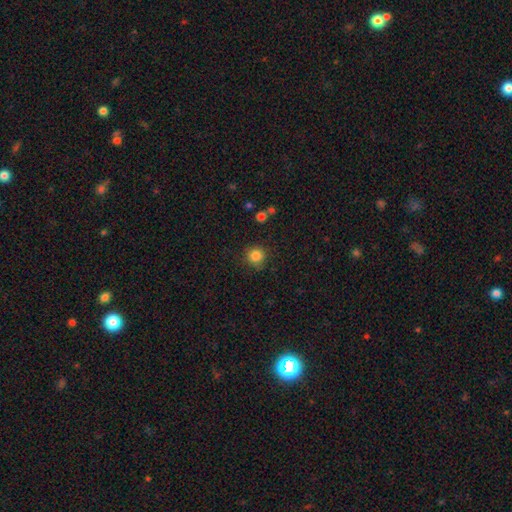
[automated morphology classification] Smooth or featured?
  - smooth: 84% *
  - star or artifact: 11%
  - featured or disk: 4%
How rounded?
  - round: 93% *
  - in between: 6%
  - cigar-shaped: 1%
Merging?
  - none: 86% *
  - minor disturbance: 9%
  - major disturbance: 3%
  - merger: 2%